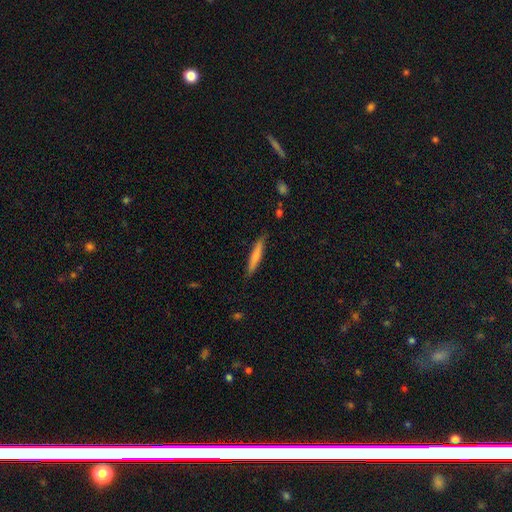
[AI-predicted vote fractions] Morphology: type=smooth (68%); roundness=cigar-shaped (93%); merging=none (86%).